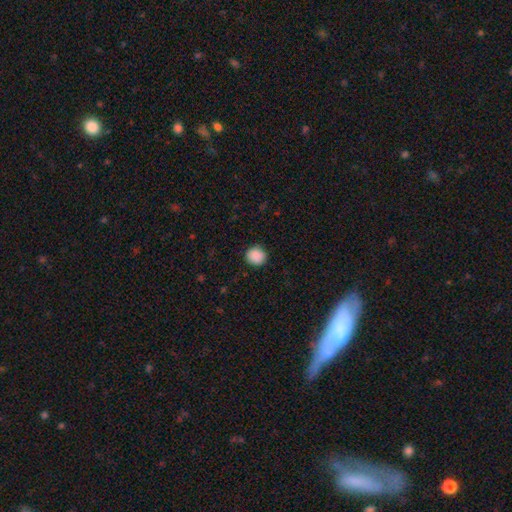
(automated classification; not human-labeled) smooth_or_featured: smooth (p=0.89) [alt: star or artifact p=0.08]
how_rounded: round (p=0.91) [alt: in between p=0.08]
merging: none (p=0.90) [alt: minor disturbance p=0.07]